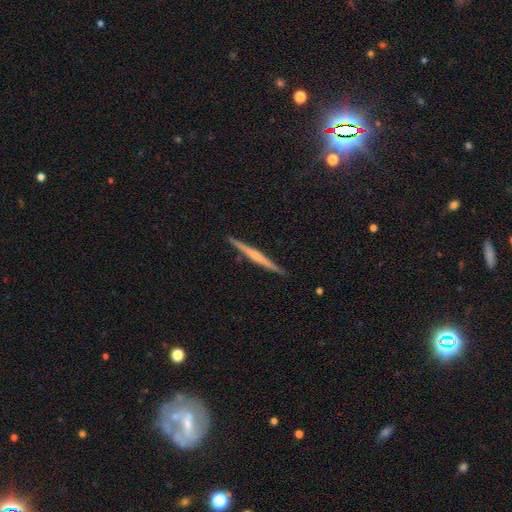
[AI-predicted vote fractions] The model was most divided on "edge-on bulge": rounded: 49%, none: 36%, boxy: 15%. More confident: edge-on disk — yes (98%); merging — none (91%); smooth or featured — featured or disk (69%).